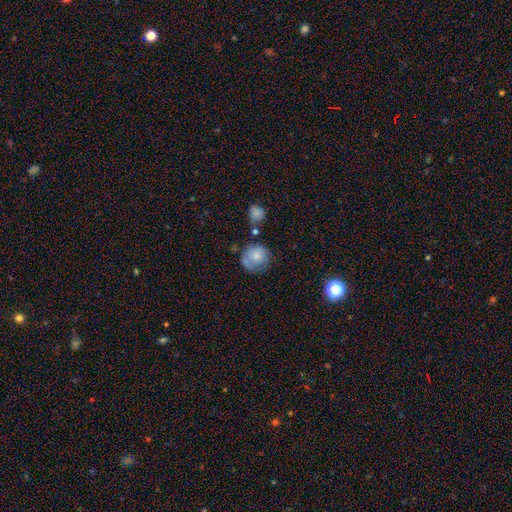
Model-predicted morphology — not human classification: A smooth galaxy with no disk features (64%) that is round (84%).

Vote fractions:
- Smooth or featured? smooth: 64% / featured or disk: 28% / star or artifact: 8%
- How rounded? round: 84% / in between: 16% / cigar-shaped: 1%
- Merging? none: 55% / minor disturbance: 24% / major disturbance: 12% / merger: 9%